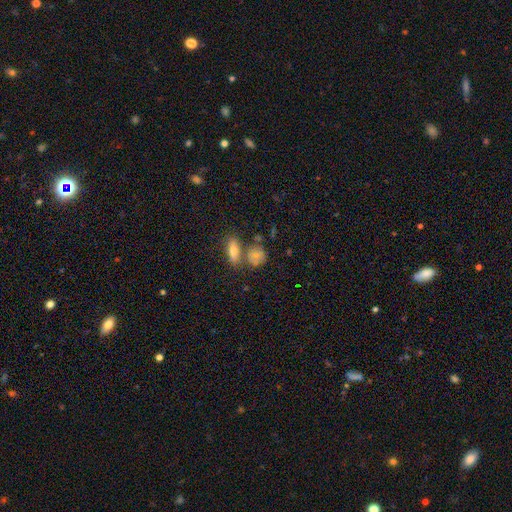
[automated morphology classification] Q: Smooth or featured?
A: smooth (74%); runner-up: featured or disk (15%)
Q: How rounded?
A: round (57%); runner-up: in between (38%)
Q: Merging?
A: none (57%); runner-up: merger (24%)